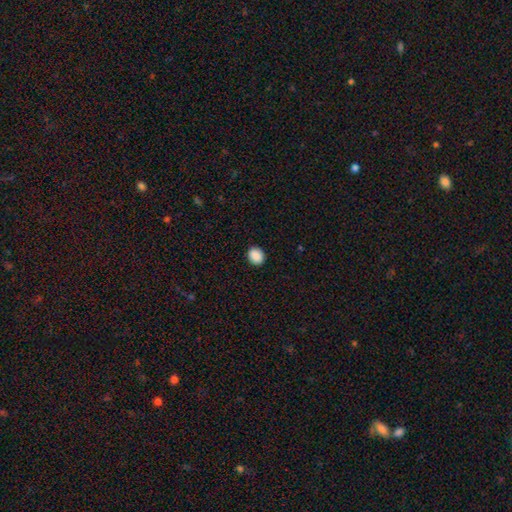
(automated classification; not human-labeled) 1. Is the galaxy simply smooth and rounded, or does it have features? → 90% smooth, 8% star or artifact, 2% featured or disk.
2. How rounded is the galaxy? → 63% round, 37% in between, 1% cigar-shaped.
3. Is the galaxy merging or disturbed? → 91% none, 6% minor disturbance, 2% major disturbance, 1% merger.